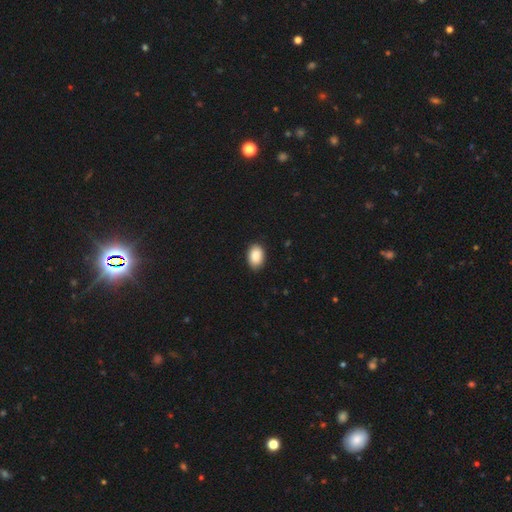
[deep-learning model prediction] The model was most divided on "how rounded": in between: 88%, round: 11%, cigar-shaped: 1%. More confident: smooth or featured — smooth (90%); merging — none (88%).